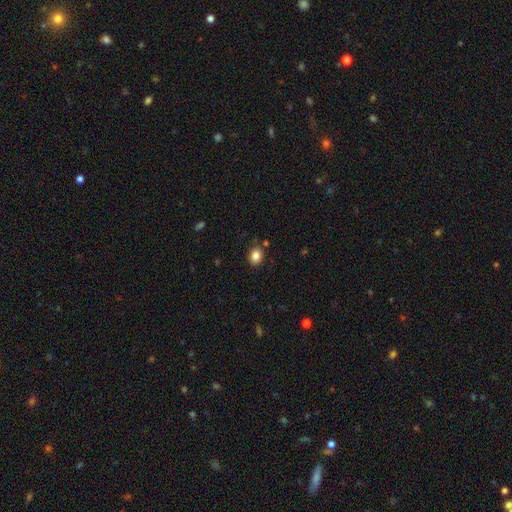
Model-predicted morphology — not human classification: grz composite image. It shows a smooth galaxy with no disk features (85%) that is in between round and cigar-shaped (54%). Merging: none (85%).